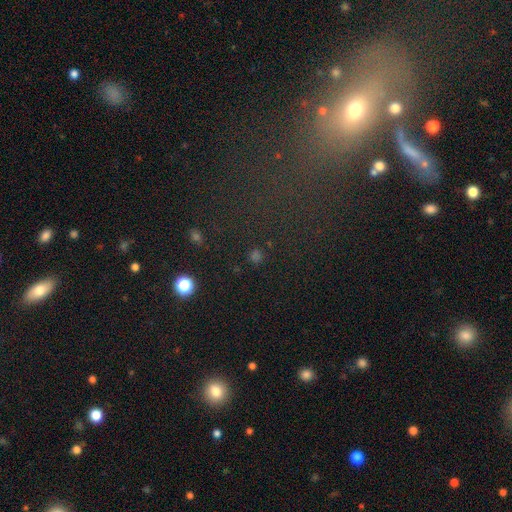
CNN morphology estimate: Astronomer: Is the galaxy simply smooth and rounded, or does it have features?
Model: smooth — 57% (runner-up: star or artifact, 37%).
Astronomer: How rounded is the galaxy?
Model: round — 90%.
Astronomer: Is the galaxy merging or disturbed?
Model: none — 87%.